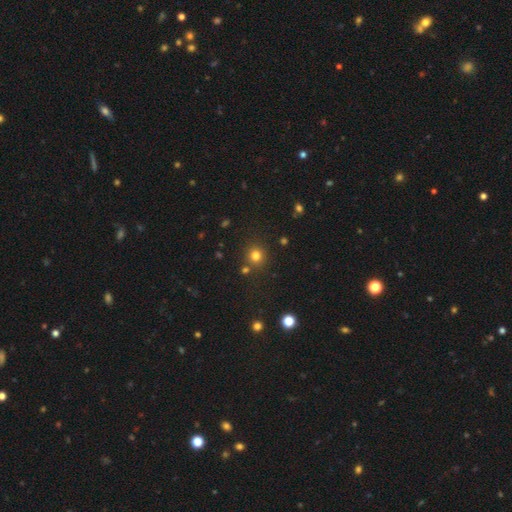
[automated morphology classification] Smooth or featured? smooth (79%)
How rounded? round (92%)
Merging? none (82%)